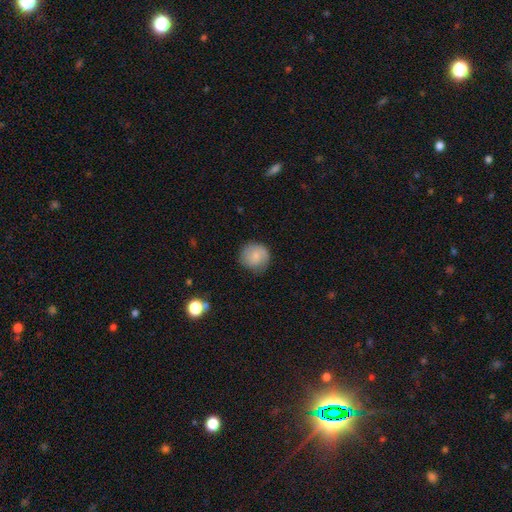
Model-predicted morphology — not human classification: Smooth or featured?
  - smooth: 73% *
  - featured or disk: 19%
  - star or artifact: 8%
How rounded?
  - round: 91% *
  - in between: 8%
  - cigar-shaped: 1%
Merging?
  - none: 79% *
  - minor disturbance: 16%
  - major disturbance: 4%
  - merger: 1%